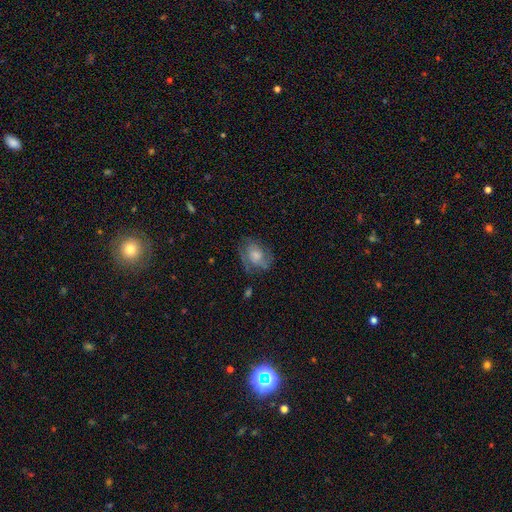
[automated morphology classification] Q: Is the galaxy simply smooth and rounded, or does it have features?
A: smooth — 49%.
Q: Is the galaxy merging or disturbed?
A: none — 58%.